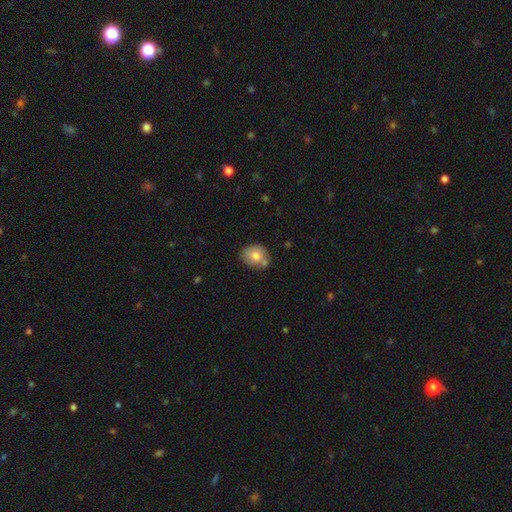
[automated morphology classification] smooth-or-featured: smooth: 72% | featured or disk: 19% | star or artifact: 8%
  how-rounded: round: 53% | in between: 46% | cigar-shaped: 1%
  merging: none: 57% | minor disturbance: 21% | merger: 18% | major disturbance: 5%